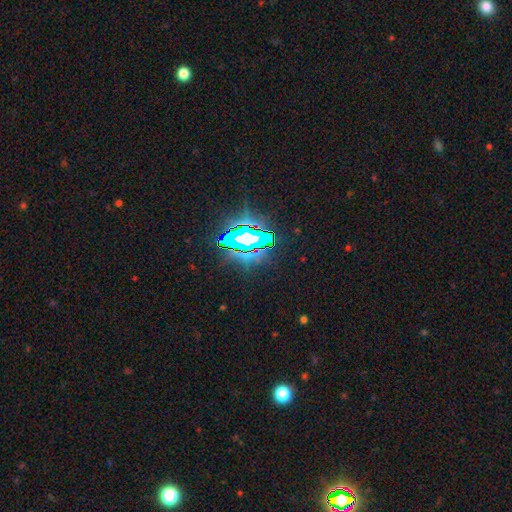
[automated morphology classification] smooth_or_featured: star or artifact (p=0.82) [alt: smooth p=0.10]